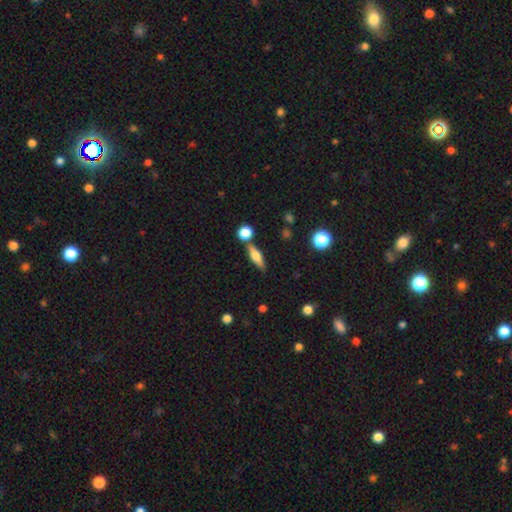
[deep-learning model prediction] smooth_or_featured: smooth (p=0.49) [alt: featured or disk p=0.43]
merging: none (p=0.73) [alt: merger p=0.12]